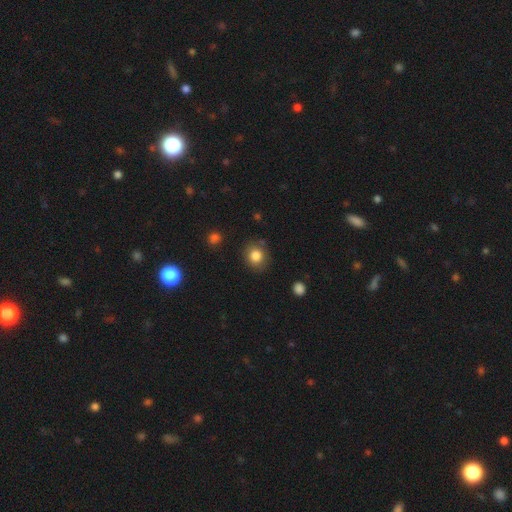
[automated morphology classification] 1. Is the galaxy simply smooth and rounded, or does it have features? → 83% smooth, 10% star or artifact, 7% featured or disk.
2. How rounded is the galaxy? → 81% round, 18% in between, 1% cigar-shaped.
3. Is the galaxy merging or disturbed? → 82% none, 12% minor disturbance, 4% major disturbance, 2% merger.